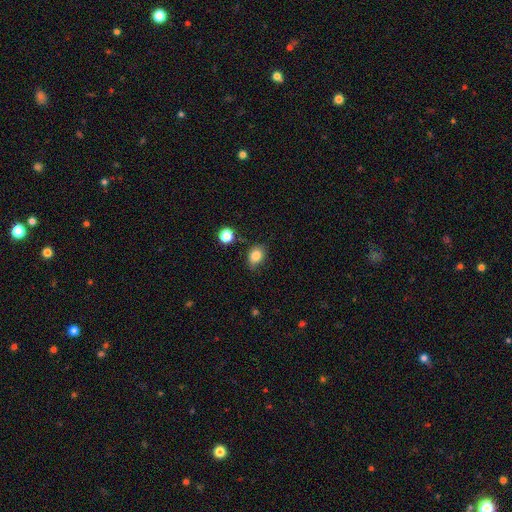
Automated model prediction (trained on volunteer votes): Q: Smooth or featured?
A: smooth (84%); runner-up: star or artifact (10%)
Q: How rounded?
A: in between (64%); runner-up: round (34%)
Q: Merging?
A: none (67%); runner-up: minor disturbance (24%)